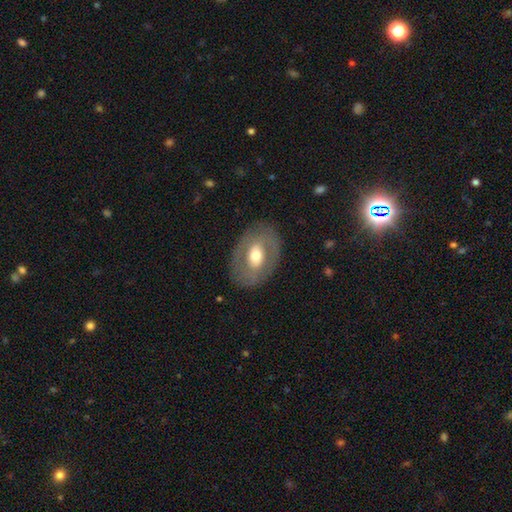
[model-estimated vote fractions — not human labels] Overall: featured or disk (51%; smooth 42%). Edge-on disk: no (91%). Merging: none (82%).